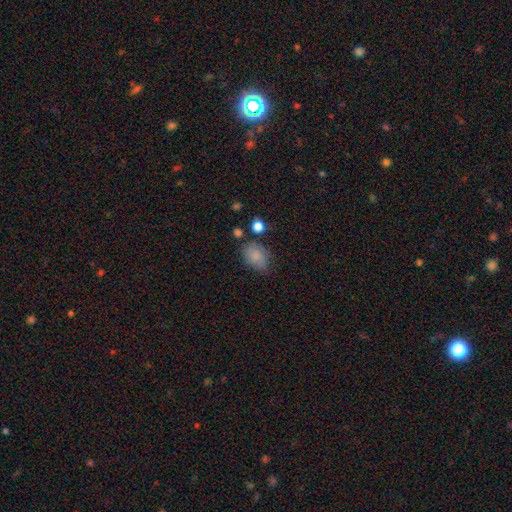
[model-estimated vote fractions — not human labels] Smooth or featured? Predicted: smooth (p=0.82). How rounded? Predicted: in between (p=0.73). Merging? Predicted: none (p=0.62).